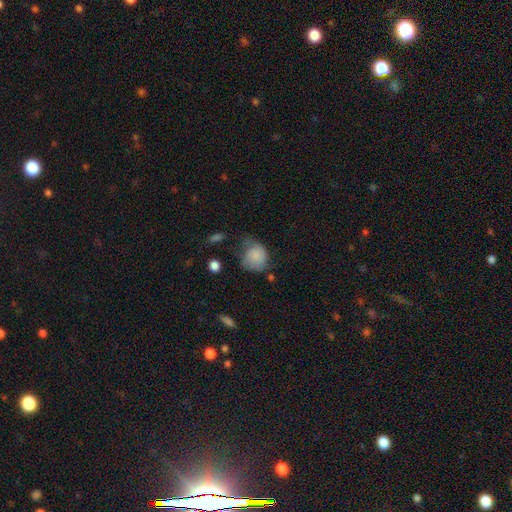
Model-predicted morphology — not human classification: smooth 78%, featured or disk 14%, star or artifact 8%. Down the decision tree: how rounded — round (66%); merging — minor disturbance (37%).